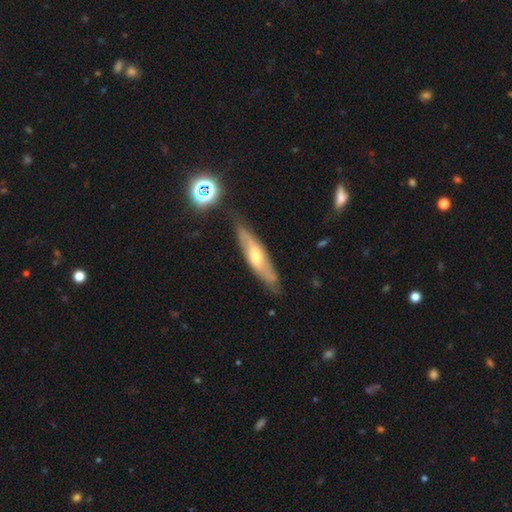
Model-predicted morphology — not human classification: Smooth or featured: featured or disk — 55% (smooth — 37%)
Edge-on disk: yes — 53% (no — 47%)
Merging: none — 79% (minor disturbance — 15%)